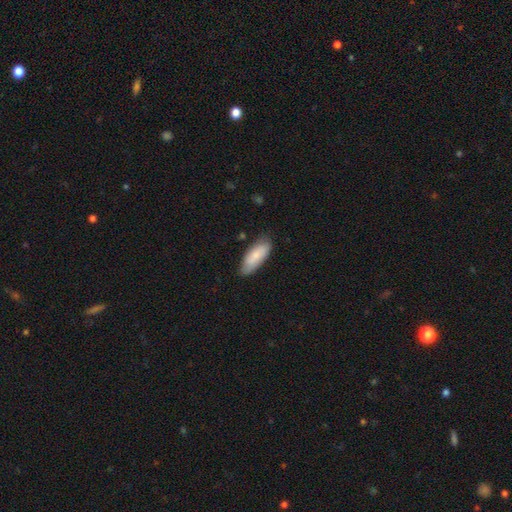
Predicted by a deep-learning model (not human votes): smooth_or_featured: smooth (p=0.81) [alt: featured or disk p=0.14]
how_rounded: in between (p=0.76) [alt: cigar-shaped p=0.22]
merging: none (p=0.77) [alt: minor disturbance p=0.19]